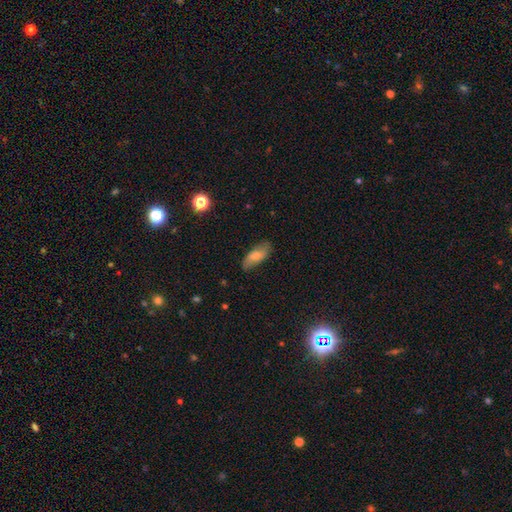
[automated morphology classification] type=smooth (64%); roundness=in between (80%); merging=none (80%).